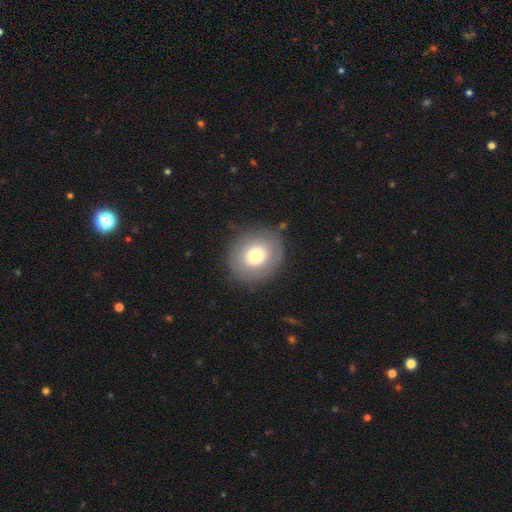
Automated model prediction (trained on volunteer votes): smooth_or_featured: smooth (p=0.72) [alt: featured or disk p=0.19]
how_rounded: round (p=0.83) [alt: in between p=0.16]
merging: none (p=0.84) [alt: minor disturbance p=0.10]